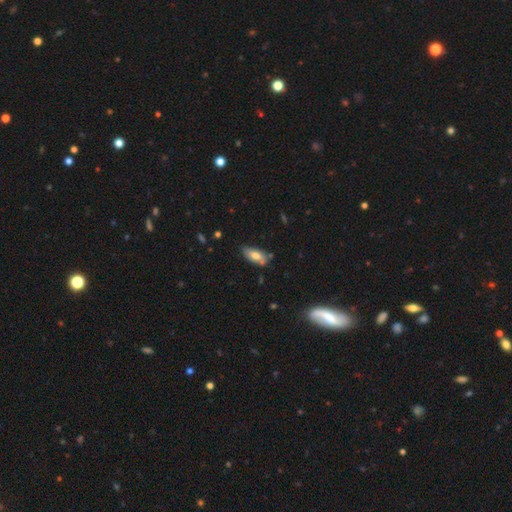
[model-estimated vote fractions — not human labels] Q: Smooth or featured?
A: smooth (69%); runner-up: featured or disk (24%)
Q: How rounded?
A: in between (87%); runner-up: cigar-shaped (10%)
Q: Merging?
A: none (62%); runner-up: minor disturbance (25%)